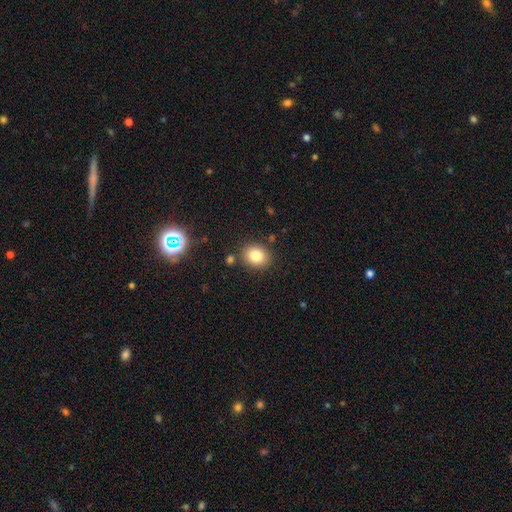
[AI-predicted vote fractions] The model was most divided on "how rounded": round: 57%, in between: 42%, cigar-shaped: 1%. More confident: merging — none (84%); smooth or featured — smooth (82%).